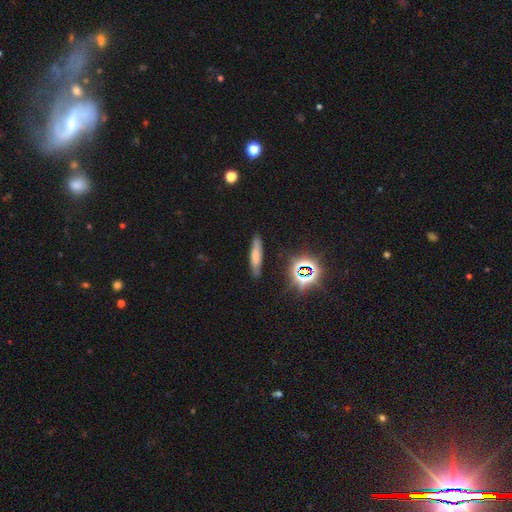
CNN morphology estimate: The model was most divided on "smooth or featured": smooth: 56%, featured or disk: 25%, star or artifact: 19%. More confident: merging — none (78%); how rounded — cigar-shaped (77%).